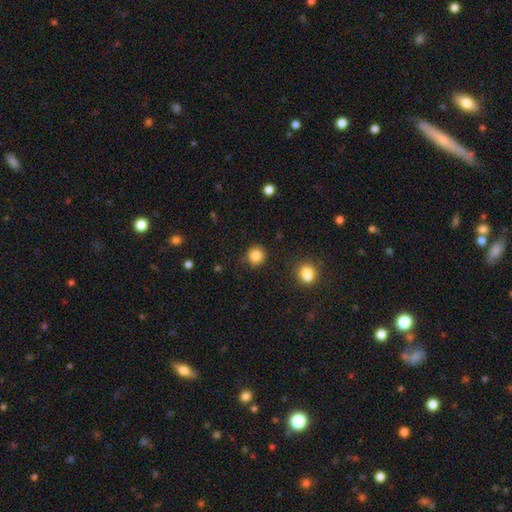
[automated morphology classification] Overall: smooth (85%). How rounded: round (91%). Merging: none (87%).